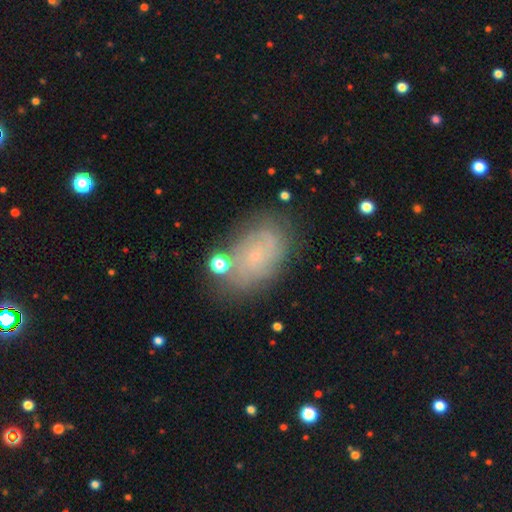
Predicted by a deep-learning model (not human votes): Smooth or featured?
  - featured or disk: 58% *
  - smooth: 30%
  - star or artifact: 12%
Edge-on disk?
  - no: 96% *
  - yes: 4%
Bar?
  - no: 77% *
  - weak: 20%
  - strong: 3%
Spiral arms?
  - yes: 78% *
  - no: 22%
Bulge size?
  - small: 79% *
  - none: 11%
  - moderate: 8%
  - large: 1%
  - dominant: 1%
Merging?
  - none: 66% *
  - minor disturbance: 20%
  - major disturbance: 8%
  - merger: 6%